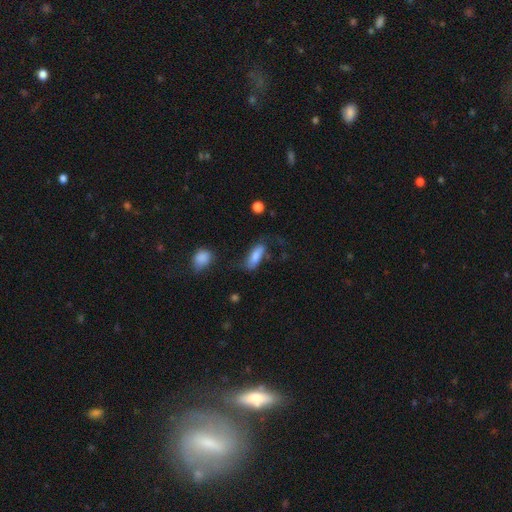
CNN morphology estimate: type=smooth (73%); roundness=in between (69%); merging=none (49%).